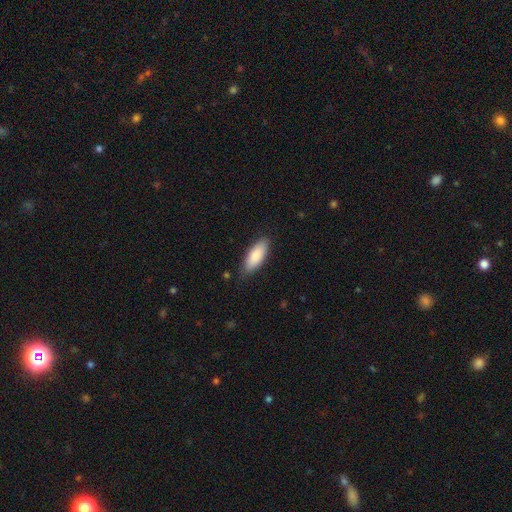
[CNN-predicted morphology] smooth_or_featured: smooth (p=0.86) [alt: featured or disk p=0.09]
how_rounded: in between (p=0.75) [alt: cigar-shaped p=0.23]
merging: none (p=0.83) [alt: minor disturbance p=0.14]